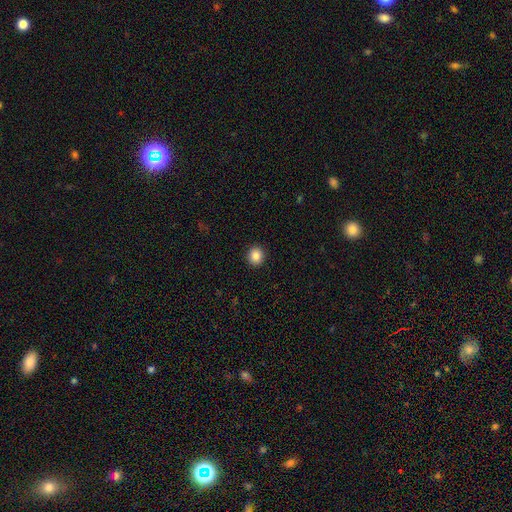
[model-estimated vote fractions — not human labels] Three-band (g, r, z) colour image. It shows a smooth galaxy with no disk features (86%) that is round (87%). Merging: none (92%).